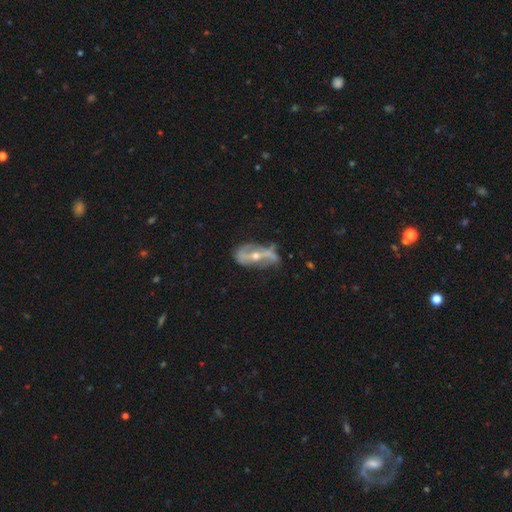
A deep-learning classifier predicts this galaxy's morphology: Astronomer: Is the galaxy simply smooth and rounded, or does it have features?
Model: featured or disk — 79%.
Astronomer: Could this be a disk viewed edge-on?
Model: no — 84%.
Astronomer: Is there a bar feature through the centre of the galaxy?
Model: strong — 45% (runner-up: no, 31%).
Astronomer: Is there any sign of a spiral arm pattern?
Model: yes — 74%.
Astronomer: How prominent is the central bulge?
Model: moderate — 53% (runner-up: small, 43%).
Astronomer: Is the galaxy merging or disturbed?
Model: none — 52% (runner-up: minor disturbance, 27%).